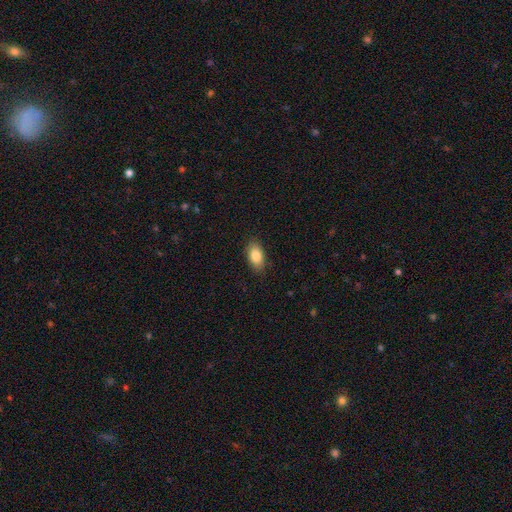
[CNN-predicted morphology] type=smooth (84%); roundness=in between (91%); merging=none (87%).